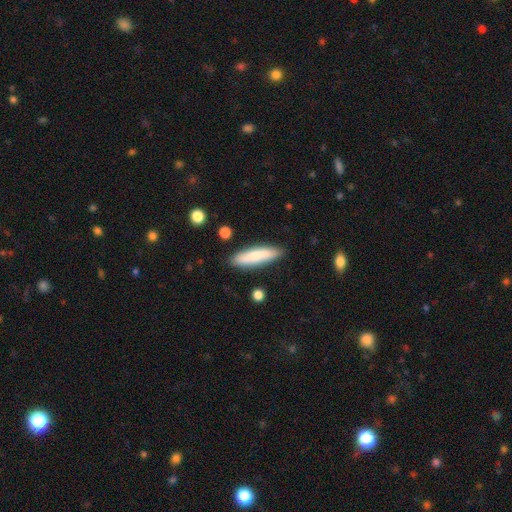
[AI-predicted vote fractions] Smooth or featured? smooth (75%)
How rounded? cigar-shaped (72%)
Merging? none (85%)